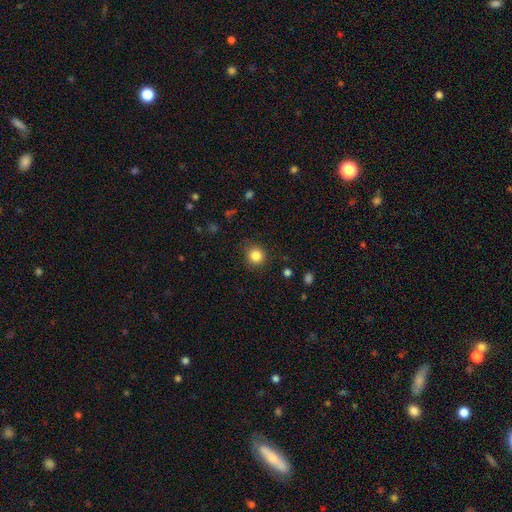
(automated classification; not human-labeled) smooth-or-featured: smooth: 84% | star or artifact: 11% | featured or disk: 5%
  how-rounded: round: 90% | in between: 9% | cigar-shaped: 1%
  merging: none: 85% | minor disturbance: 10% | major disturbance: 3% | merger: 1%